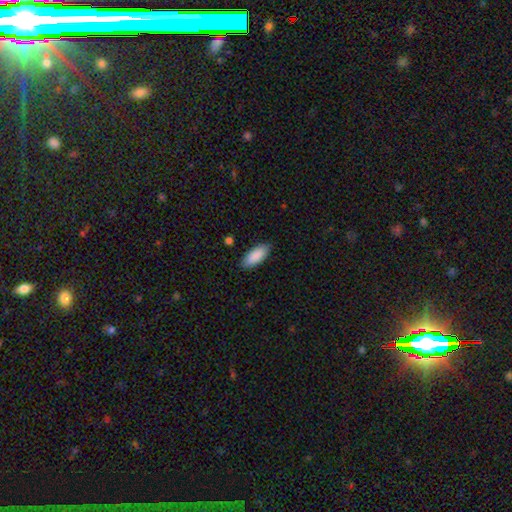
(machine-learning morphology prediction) Smooth or featured: smooth — 90% (star or artifact — 6%)
How rounded: in between — 84% (cigar-shaped — 15%)
Merging: none — 87% (minor disturbance — 10%)